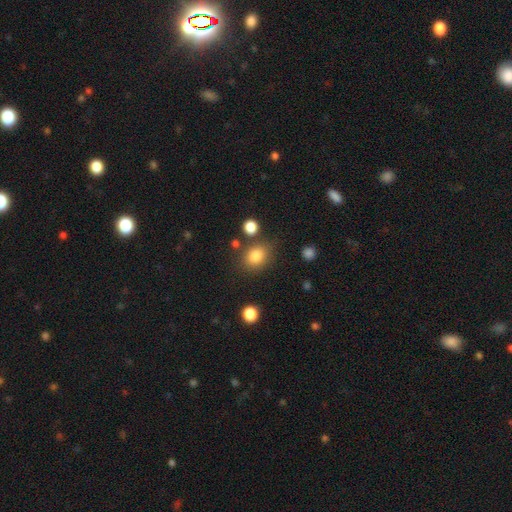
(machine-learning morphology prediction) Smooth or featured? smooth (83%)
How rounded? round (55%)
Merging? none (76%)